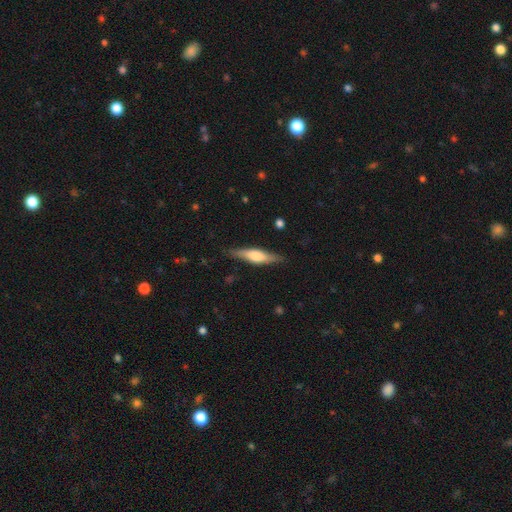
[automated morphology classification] smooth-or-featured: featured or disk: 50% | smooth: 44% | star or artifact: 6%
  disk-edge-on: yes: 93% | no: 7%
  merging: none: 84% | minor disturbance: 12% | major disturbance: 3% | merger: 1%